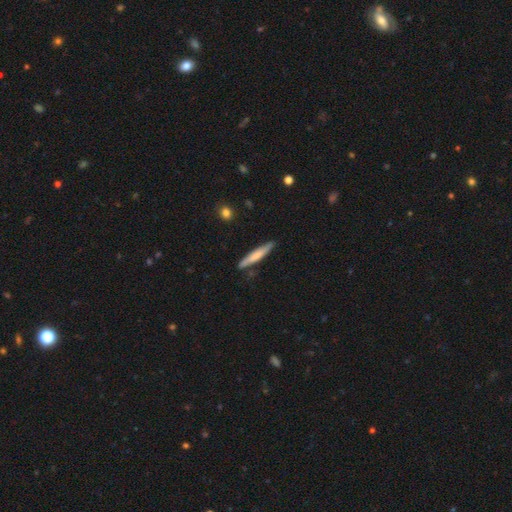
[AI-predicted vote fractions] Smooth or featured? smooth (63%)
How rounded? cigar-shaped (93%)
Merging? none (82%)